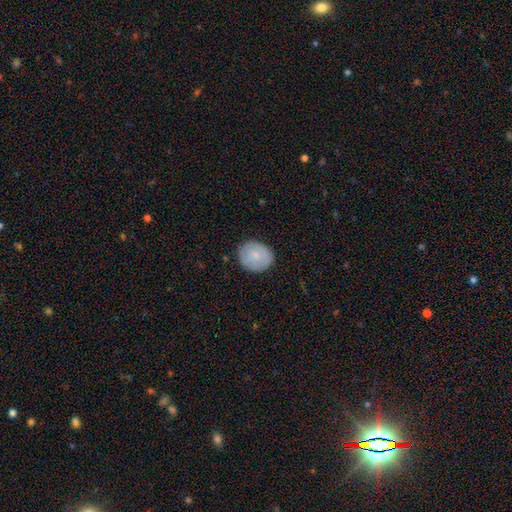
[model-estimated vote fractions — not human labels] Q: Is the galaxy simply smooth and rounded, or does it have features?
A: smooth — 73%.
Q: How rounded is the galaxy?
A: round — 65%.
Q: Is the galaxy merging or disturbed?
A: none — 83%.